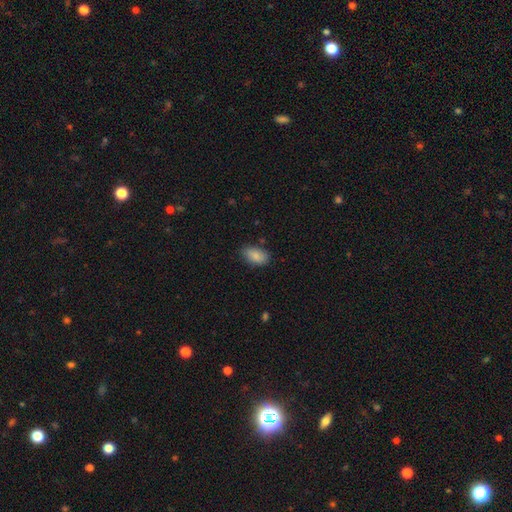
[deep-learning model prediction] Morphology: type=smooth (86%); roundness=in between (93%); merging=none (79%).